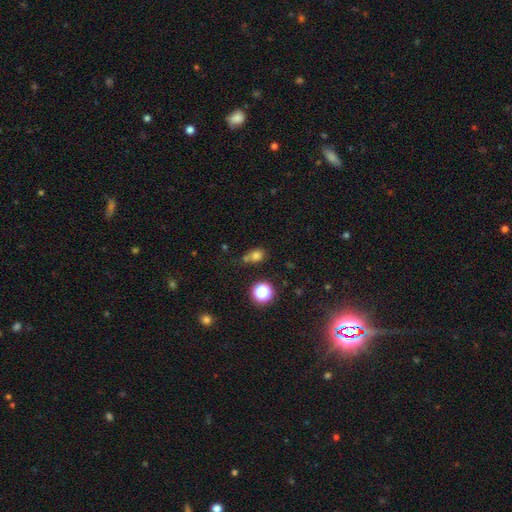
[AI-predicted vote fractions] The model was most divided on "how rounded": round: 59%, in between: 40%, cigar-shaped: 1%. More confident: smooth or featured — smooth (75%); merging — none (56%).